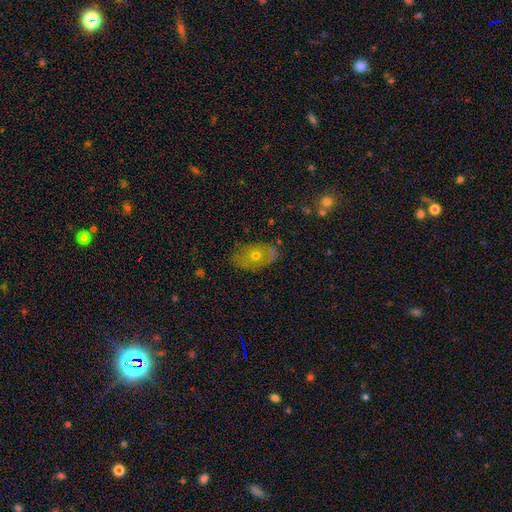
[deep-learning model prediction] Smooth or featured: featured or disk — 45% (smooth — 44%)
Merging: none — 63% (minor disturbance — 24%)